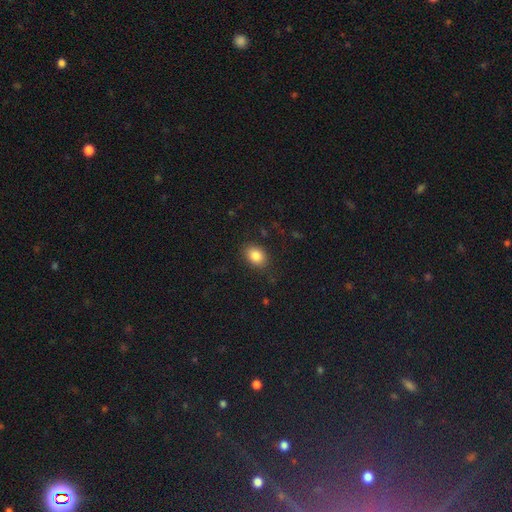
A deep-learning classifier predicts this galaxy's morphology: Smooth or featured? smooth (85%)
How rounded? in between (70%)
Merging? none (85%)